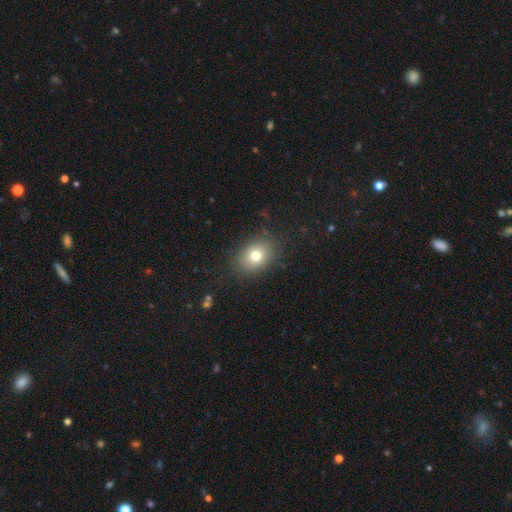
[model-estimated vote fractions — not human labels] This is likely a smooth galaxy (76%). How rounded: likely in between (62%). Merging: clearly none (85%).